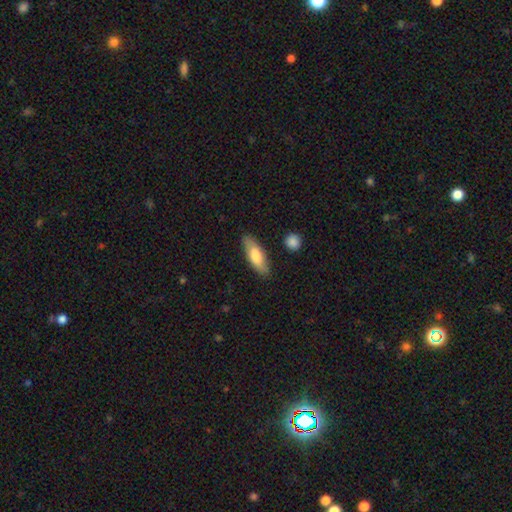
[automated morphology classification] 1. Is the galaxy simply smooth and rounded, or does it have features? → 71% smooth, 23% featured or disk, 6% star or artifact.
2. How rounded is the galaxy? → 61% in between, 36% cigar-shaped, 2% round.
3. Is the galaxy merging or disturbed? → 83% none, 12% minor disturbance, 3% major disturbance, 2% merger.